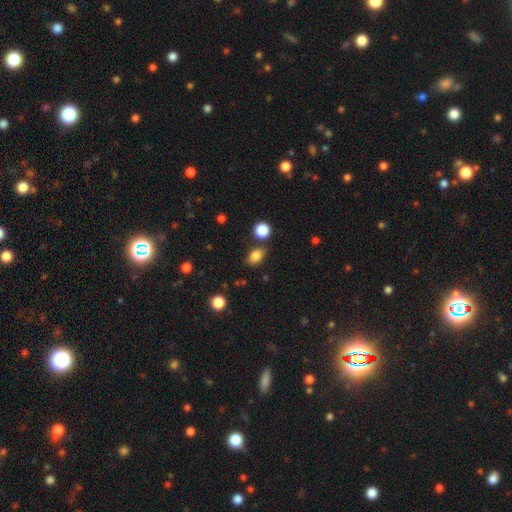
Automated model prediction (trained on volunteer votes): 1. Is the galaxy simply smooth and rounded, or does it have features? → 83% smooth, 11% star or artifact, 6% featured or disk.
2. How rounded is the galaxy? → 76% in between, 22% round, 2% cigar-shaped.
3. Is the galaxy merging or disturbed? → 78% none, 12% minor disturbance, 6% merger, 3% major disturbance.